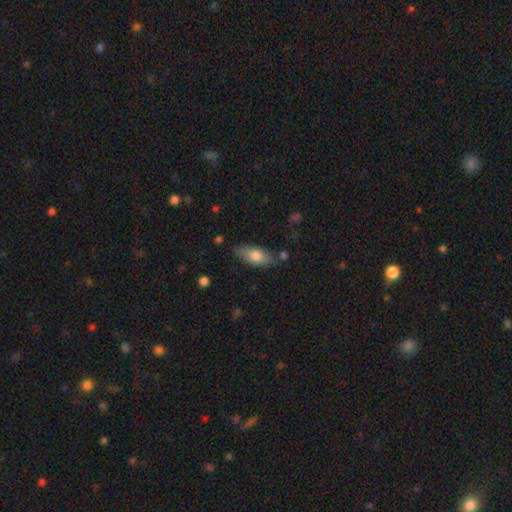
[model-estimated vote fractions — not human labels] This is likely a smooth galaxy (76%). How rounded: clearly in between (83%). Merging: likely none (74%).